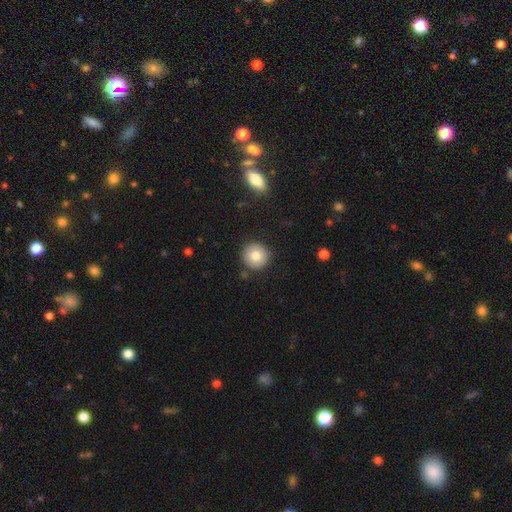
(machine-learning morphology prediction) Q: Smooth or featured?
A: smooth (81%); runner-up: featured or disk (10%)
Q: How rounded?
A: round (95%); runner-up: in between (4%)
Q: Merging?
A: none (89%); runner-up: minor disturbance (7%)